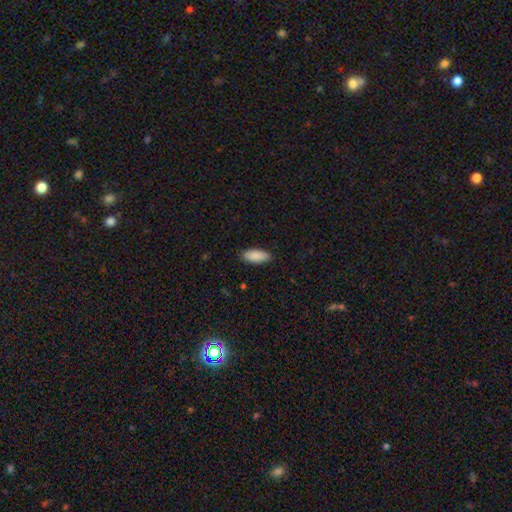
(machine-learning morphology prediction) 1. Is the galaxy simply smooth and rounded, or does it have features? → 90% smooth, 6% star or artifact, 4% featured or disk.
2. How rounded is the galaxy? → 82% in between, 17% cigar-shaped, 2% round.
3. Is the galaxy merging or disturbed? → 89% none, 8% minor disturbance, 2% major disturbance, 1% merger.